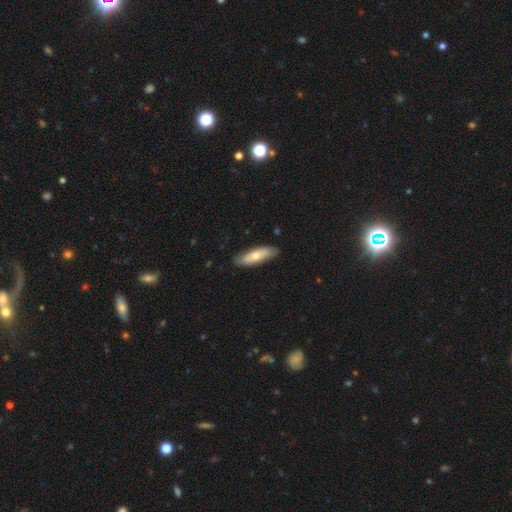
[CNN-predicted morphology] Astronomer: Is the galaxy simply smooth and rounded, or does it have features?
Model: smooth — 65%.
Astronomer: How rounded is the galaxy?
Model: cigar-shaped — 49%, tied with in between at 49%.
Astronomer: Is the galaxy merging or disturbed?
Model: none — 85%.